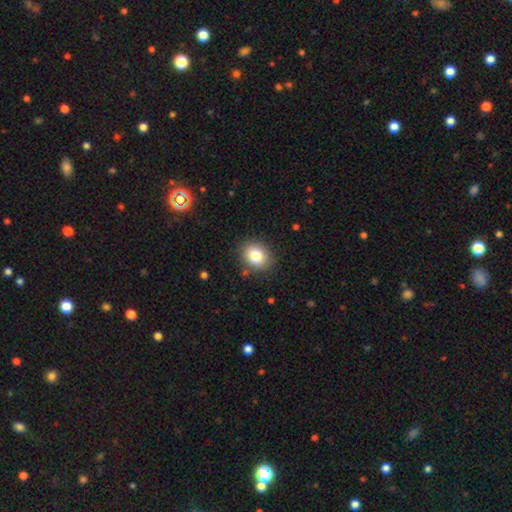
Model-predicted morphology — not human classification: This appears to be a smooth galaxy with no disk features (81%) that is round (54%). Merging: none (86%).